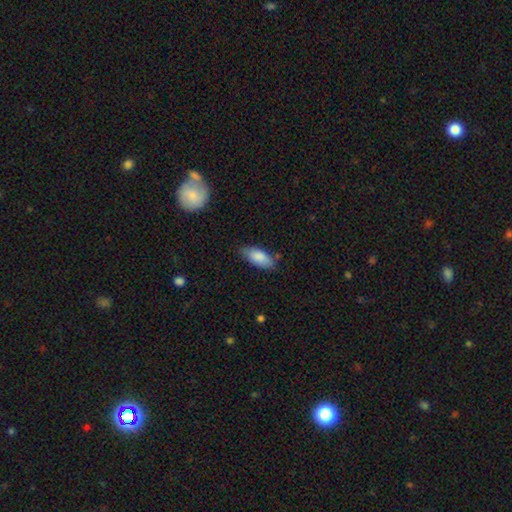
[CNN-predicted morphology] The model was most divided on "merging": none: 76%, minor disturbance: 19%, major disturbance: 3%, merger: 2%. More confident: smooth or featured — smooth (84%); how rounded — in between (82%).